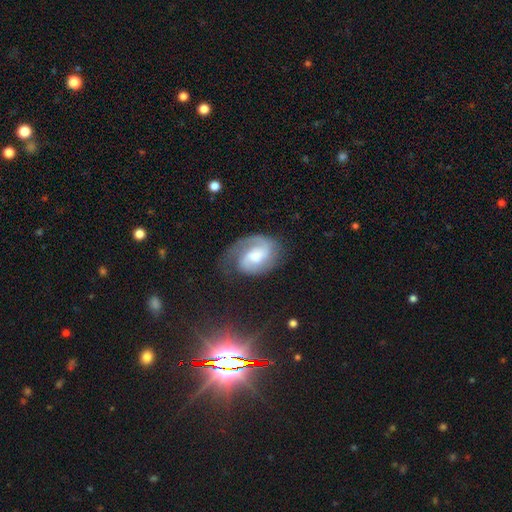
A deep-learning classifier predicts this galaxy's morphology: Smooth or featured? featured or disk (80%)
Edge-on disk? no (98%)
Bar? weak (45%)
Spiral arms? yes (96%)
Spiral winding? medium (48%)
Spiral arm count? 2 (77%)
Bulge size? moderate (36%)
Merging? none (61%)